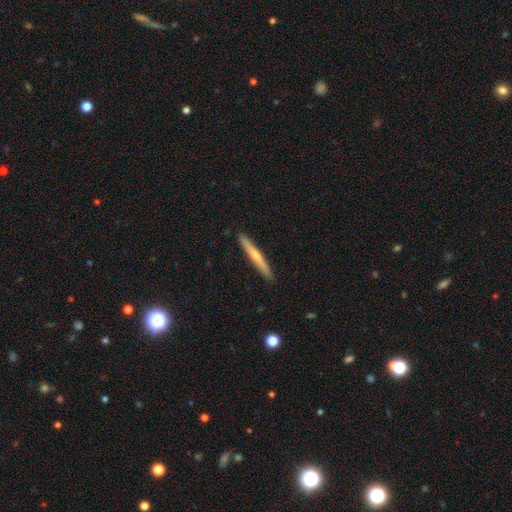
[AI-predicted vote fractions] The model was most divided on "smooth or featured": smooth: 49%, featured or disk: 45%, star or artifact: 5%. More confident: merging — none (92%).